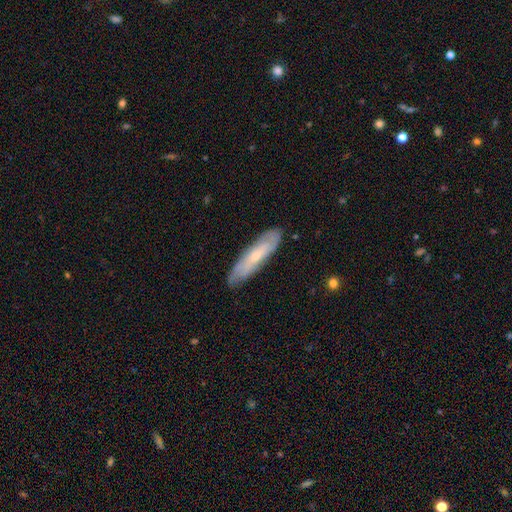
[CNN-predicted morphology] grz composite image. It shows a featured or disk galaxy (52%). Merging: none (83%).